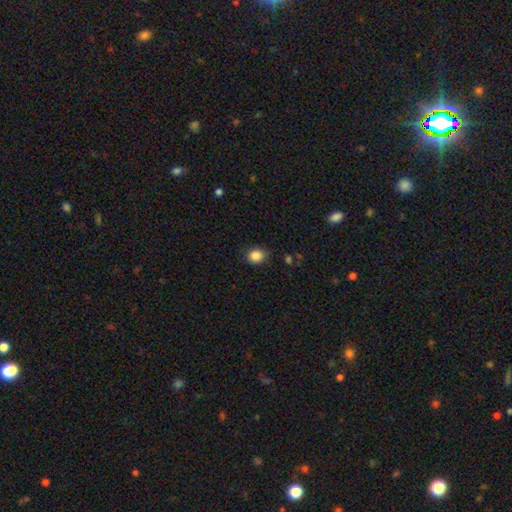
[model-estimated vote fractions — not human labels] smooth-or-featured: smooth: 87% | star or artifact: 10% | featured or disk: 3%
  how-rounded: round: 66% | in between: 33% | cigar-shaped: 1%
  merging: none: 84% | minor disturbance: 11% | major disturbance: 3% | merger: 1%